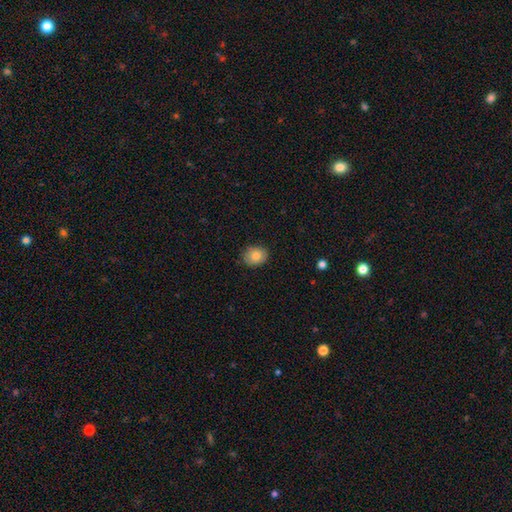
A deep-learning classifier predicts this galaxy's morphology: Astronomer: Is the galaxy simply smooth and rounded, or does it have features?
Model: smooth — 83%.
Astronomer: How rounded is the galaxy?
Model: round — 53% (runner-up: in between, 46%).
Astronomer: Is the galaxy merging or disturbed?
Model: none — 85%.